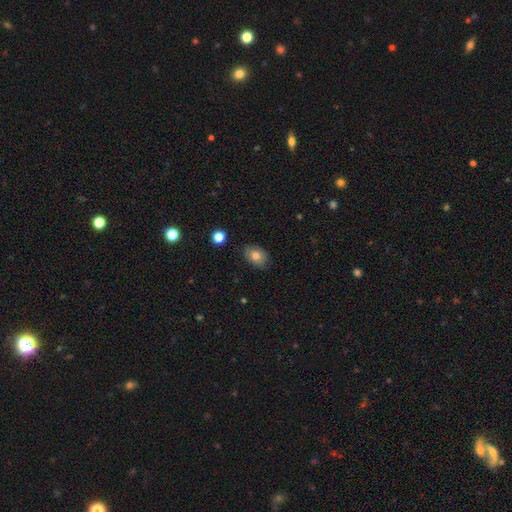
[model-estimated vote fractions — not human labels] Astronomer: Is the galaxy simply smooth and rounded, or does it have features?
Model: smooth — 74%.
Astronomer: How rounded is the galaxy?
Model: in between — 77%.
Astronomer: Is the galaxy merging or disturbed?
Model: none — 80%.